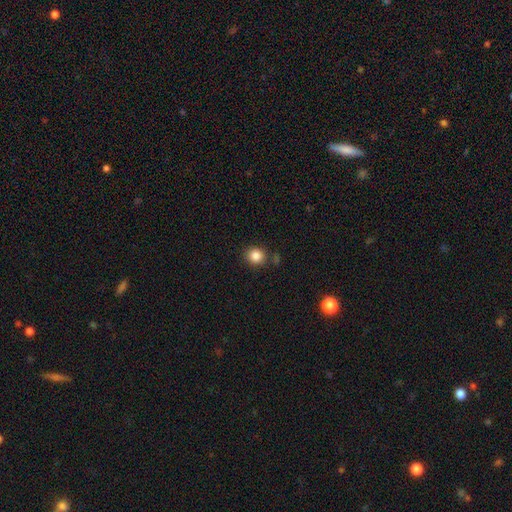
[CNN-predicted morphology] Smooth or featured?
  - smooth: 85% *
  - star or artifact: 10%
  - featured or disk: 4%
How rounded?
  - round: 86% *
  - in between: 13%
  - cigar-shaped: 1%
Merging?
  - none: 82% *
  - minor disturbance: 10%
  - merger: 5%
  - major disturbance: 3%